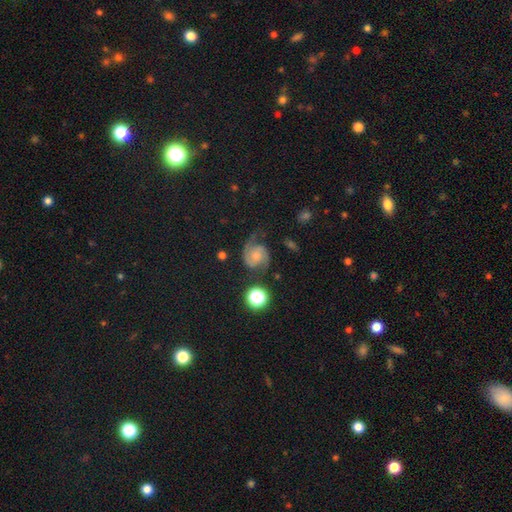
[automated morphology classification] smooth-or-featured: featured or disk: 76% | smooth: 14% | star or artifact: 10%
  disk-edge-on: no: 98% | yes: 2%
    bar: no: 65% | weak: 30% | strong: 6%
    has-spiral-arms: yes: 96% | no: 4%
      spiral-winding: medium: 52% | tight: 24% | loose: 24%
      spiral-arm-count: 2: 87% | 1: 5% | can't tell: 4% | 3: 2% | 4: 1% | more than 4: 1%
    bulge-size: small: 45% | moderate: 37% | none: 11% | large: 6% | dominant: 2%
  merging: none: 61% | minor disturbance: 21% | major disturbance: 15% | merger: 3%